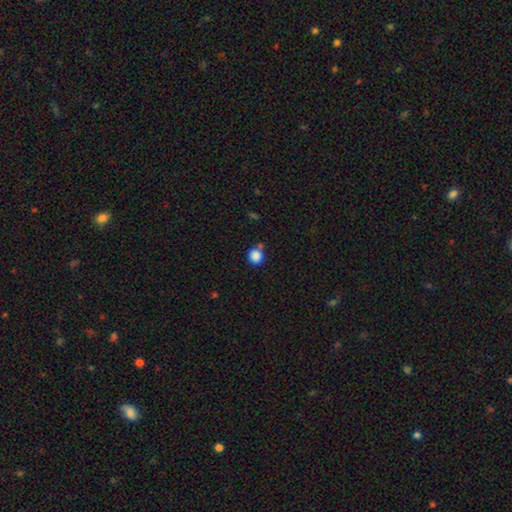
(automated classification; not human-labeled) smooth-or-featured: smooth: 86% | star or artifact: 10% | featured or disk: 4%
  how-rounded: round: 87% | in between: 12% | cigar-shaped: 1%
  merging: none: 70% | merger: 13% | minor disturbance: 13% | major disturbance: 4%